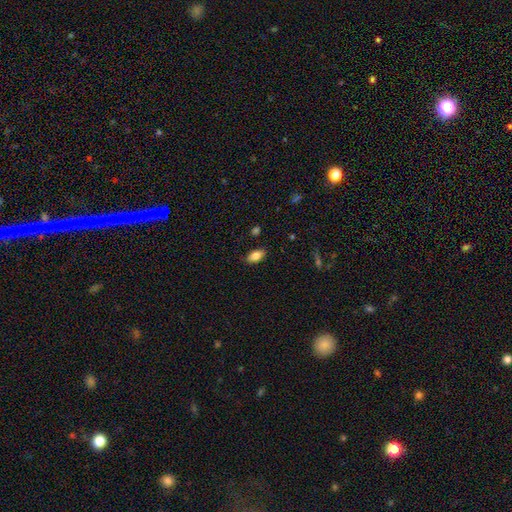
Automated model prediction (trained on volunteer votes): Morphology: type=smooth (83%); roundness=in between (91%); merging=none (86%).